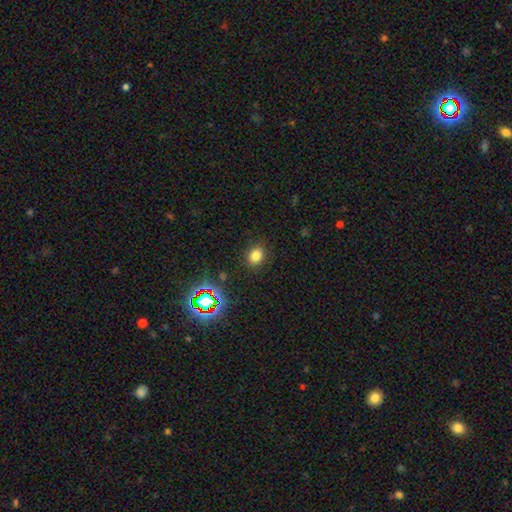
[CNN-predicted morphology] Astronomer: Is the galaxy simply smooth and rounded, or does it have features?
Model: smooth — 78%.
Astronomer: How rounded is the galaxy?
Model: round — 56% (runner-up: in between, 43%).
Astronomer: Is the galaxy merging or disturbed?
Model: none — 87%.